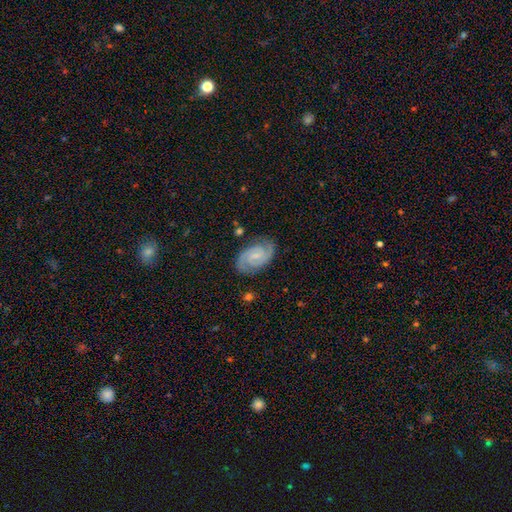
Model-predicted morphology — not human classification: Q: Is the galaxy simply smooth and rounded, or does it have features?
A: featured or disk — 86%.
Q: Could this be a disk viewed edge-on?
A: no — 97%.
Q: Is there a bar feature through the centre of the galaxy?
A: weak — 46%.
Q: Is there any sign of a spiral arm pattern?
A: yes — 98%.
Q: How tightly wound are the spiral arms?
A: tight — 54%.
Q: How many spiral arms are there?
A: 2 — 89%.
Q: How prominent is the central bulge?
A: small — 62%.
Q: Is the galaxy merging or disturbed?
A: none — 84%.